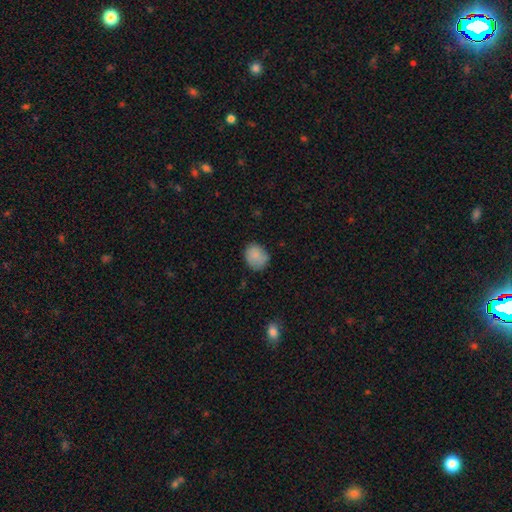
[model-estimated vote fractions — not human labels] Q: Smooth or featured?
A: smooth (85%); runner-up: star or artifact (8%)
Q: How rounded?
A: round (62%); runner-up: in between (37%)
Q: Merging?
A: none (69%); runner-up: minor disturbance (24%)